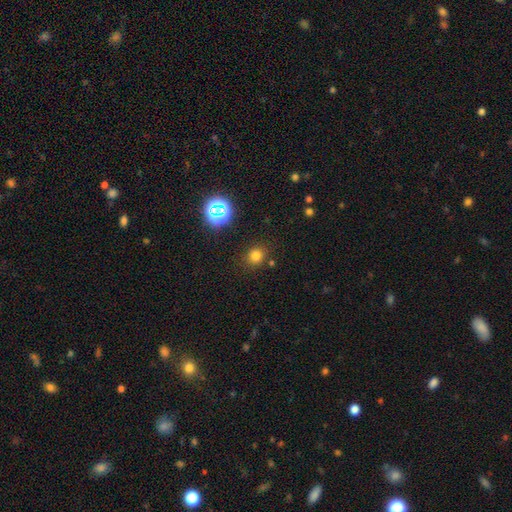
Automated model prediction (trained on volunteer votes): smooth-or-featured: smooth: 74% | star or artifact: 20% | featured or disk: 6%
  how-rounded: round: 81% | in between: 18% | cigar-shaped: 1%
  merging: none: 83% | minor disturbance: 10% | merger: 4% | major disturbance: 4%